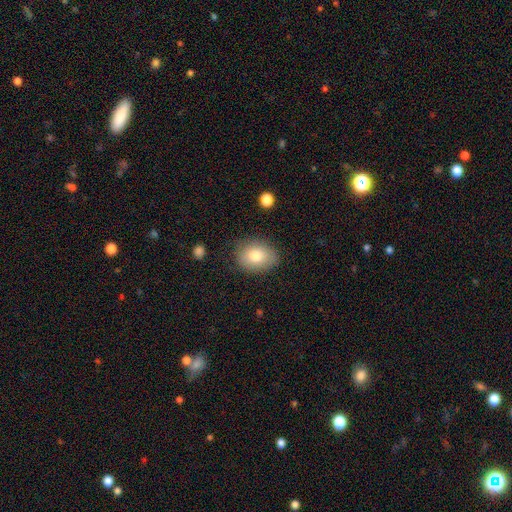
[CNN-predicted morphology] Smooth or featured?
  - smooth: 80% *
  - featured or disk: 13%
  - star or artifact: 8%
How rounded?
  - in between: 63% *
  - round: 36%
  - cigar-shaped: 1%
Merging?
  - none: 80% *
  - minor disturbance: 15%
  - major disturbance: 4%
  - merger: 1%